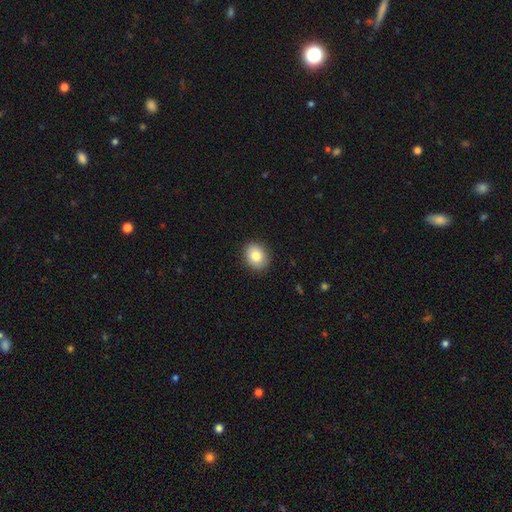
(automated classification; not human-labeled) Overall: smooth (85%). How rounded: round (55%; in between 44%). Merging: none (89%).